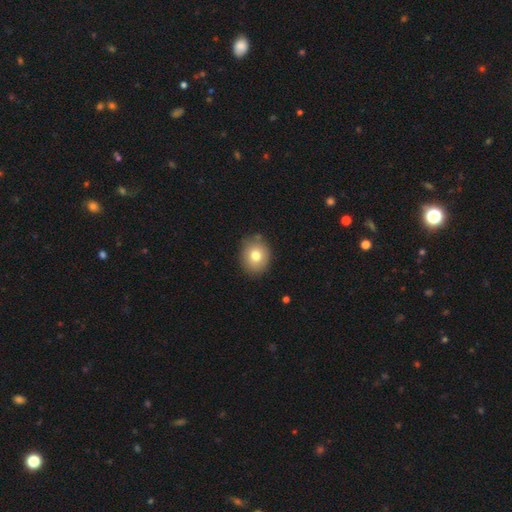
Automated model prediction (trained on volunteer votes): Smooth or featured?
  - smooth: 77% *
  - featured or disk: 13%
  - star or artifact: 10%
How rounded?
  - round: 65% *
  - in between: 34%
  - cigar-shaped: 1%
Merging?
  - none: 85% *
  - minor disturbance: 11%
  - major disturbance: 2%
  - merger: 2%